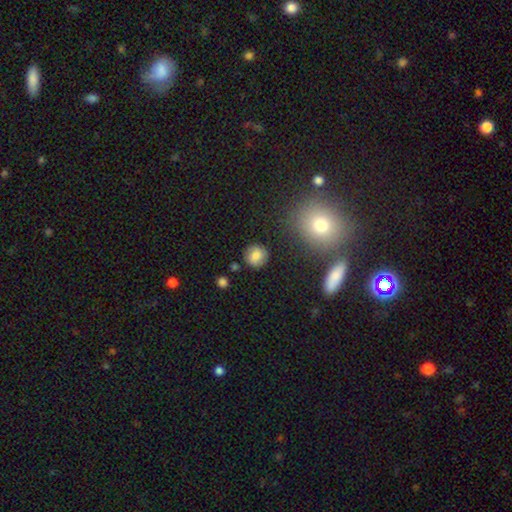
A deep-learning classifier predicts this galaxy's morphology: A smooth galaxy with no disk features (79%) that is round (86%). Merging: none (83%).